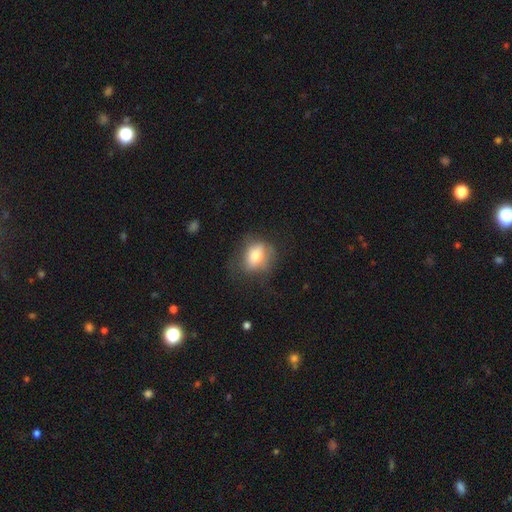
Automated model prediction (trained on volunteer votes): Smooth or featured: smooth — 71% (featured or disk — 19%)
How rounded: in between — 56% (round — 42%)
Merging: none — 58% (minor disturbance — 25%)